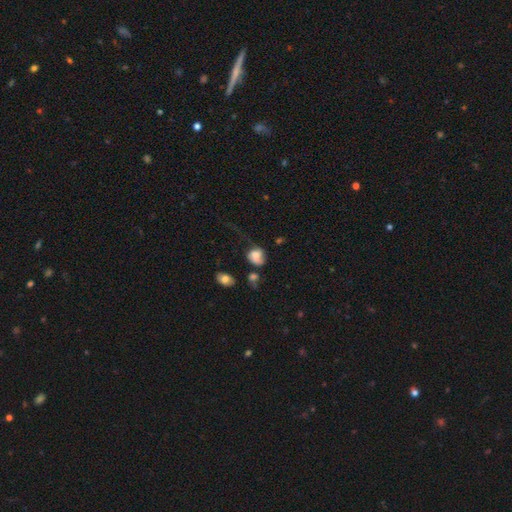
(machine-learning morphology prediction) smooth-or-featured: smooth: 60% | featured or disk: 31% | star or artifact: 9%
  how-rounded: round: 54% | in between: 45% | cigar-shaped: 1%
  merging: none: 35% | major disturbance: 30% | minor disturbance: 26% | merger: 8%